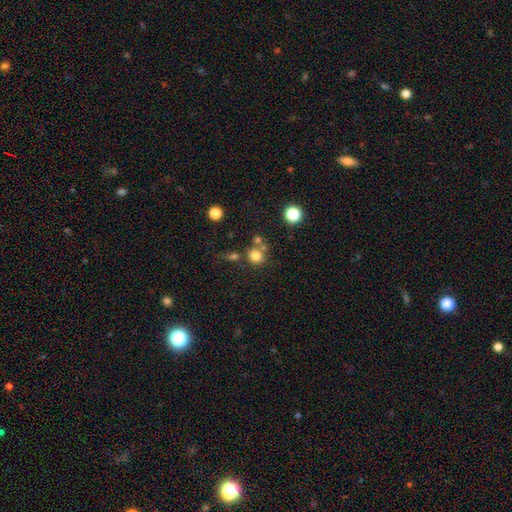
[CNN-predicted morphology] This appears to be a smooth galaxy with no disk features (77%) that is round (87%). Merging: none (62%).